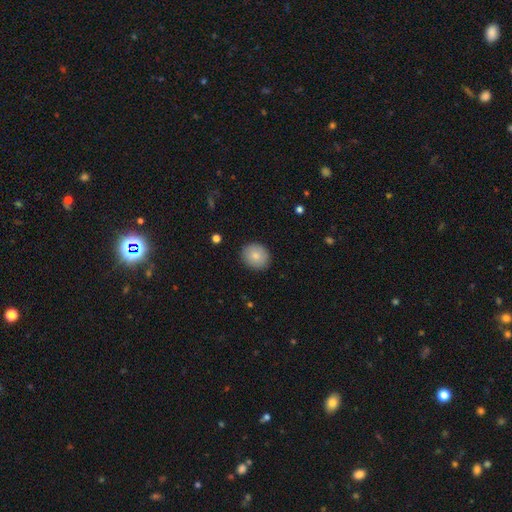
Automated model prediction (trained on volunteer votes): smooth-or-featured: smooth: 83% | featured or disk: 9% | star or artifact: 8%
  how-rounded: round: 79% | in between: 20% | cigar-shaped: 1%
  merging: none: 90% | minor disturbance: 7% | major disturbance: 2% | merger: 1%